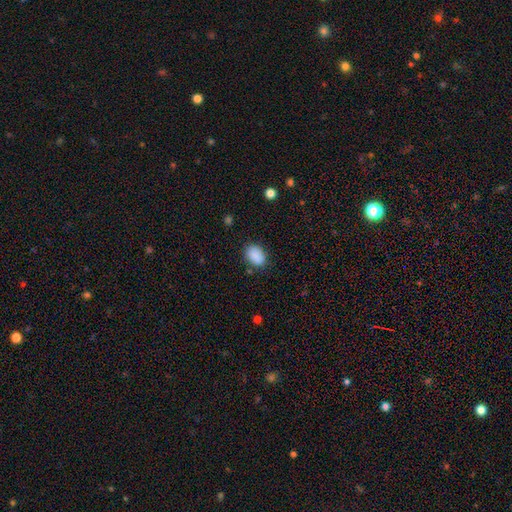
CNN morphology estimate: The model was most divided on "how rounded": in between: 80%, round: 19%, cigar-shaped: 1%. More confident: smooth or featured — smooth (89%); merging — none (81%).